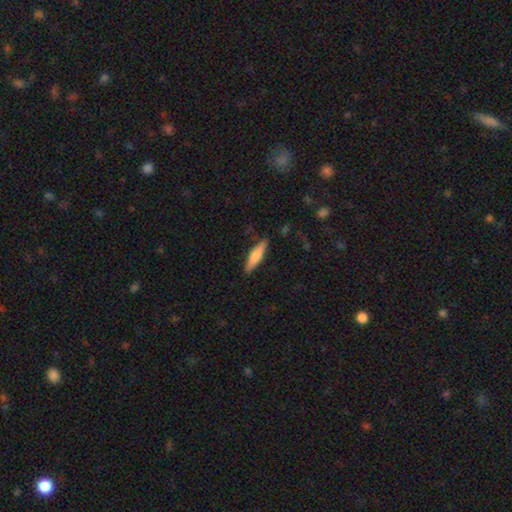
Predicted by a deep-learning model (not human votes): smooth_or_featured: smooth (p=0.66) [alt: featured or disk p=0.28]
how_rounded: cigar-shaped (p=0.77) [alt: in between p=0.21]
merging: none (p=0.84) [alt: minor disturbance p=0.12]